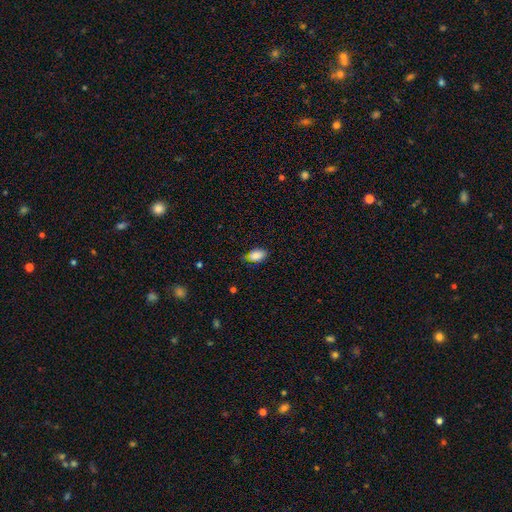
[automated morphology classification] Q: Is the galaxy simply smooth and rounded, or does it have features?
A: smooth — 86%.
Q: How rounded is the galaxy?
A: in between — 90%.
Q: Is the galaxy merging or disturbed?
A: none — 65%.